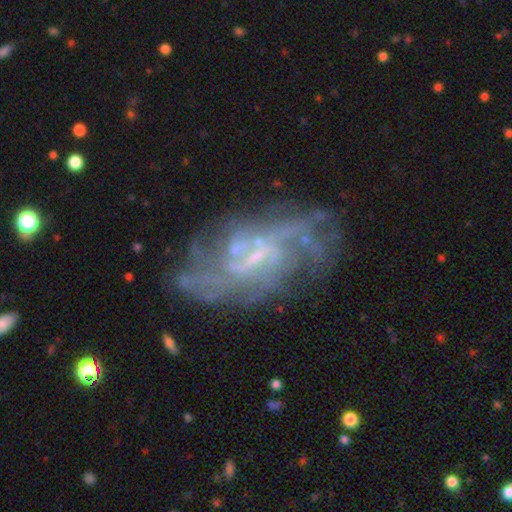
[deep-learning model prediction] A featured or disk galaxy (83%) with a weak bar (54%), medium (41%) spiral arms (84%) and a small central bulge (54%).

Vote fractions:
- Smooth or featured? featured or disk: 83% / star or artifact: 9% / smooth: 8%
- Edge-on disk? no: 95% / yes: 5%
- Bar? weak: 54% / no: 27% / strong: 19%
- Spiral arms? yes: 84% / no: 16%
- Spiral winding? medium: 41% / tight: 30% / loose: 29%
- Spiral arm count? can't tell: 44% / 2: 20% / 3: 12% / 4: 11% / more than 4: 7% / 1: 6%
- Bulge size? small: 54% / none: 25% / moderate: 18% / large: 2% / dominant: 1%
- Merging? none: 61% / minor disturbance: 18% / major disturbance: 16% / merger: 4%